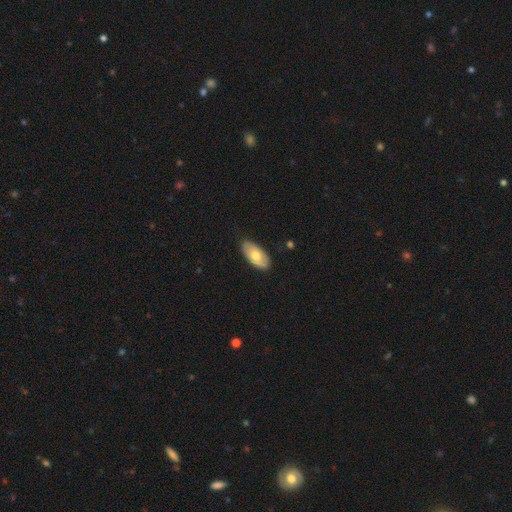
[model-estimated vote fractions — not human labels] The model was most divided on "smooth or featured": smooth: 65%, featured or disk: 30%, star or artifact: 5%. More confident: how rounded — in between (93%); merging — none (83%).